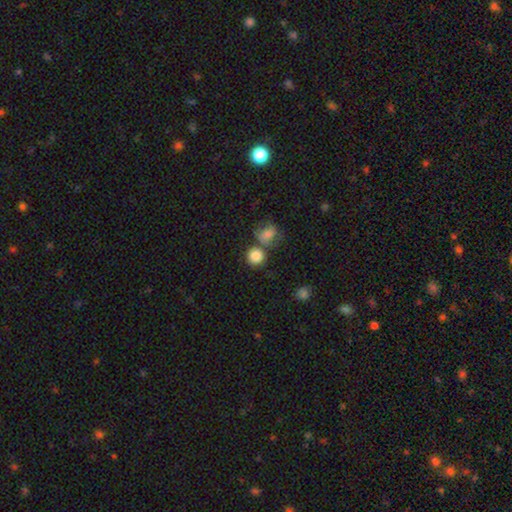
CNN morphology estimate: Overall: smooth (85%). How rounded: round (89%). Merging: none (61%; merger 24%).